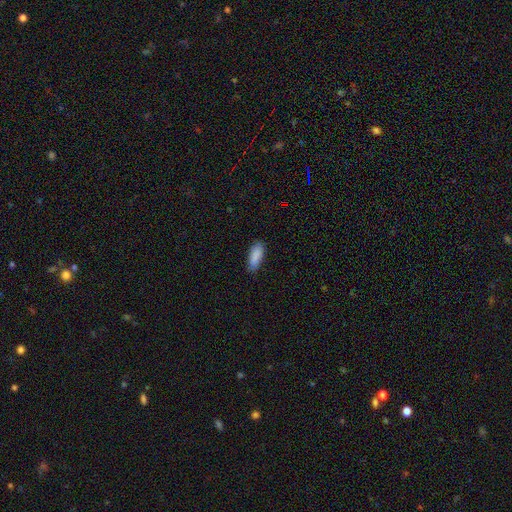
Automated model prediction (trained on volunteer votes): This appears to be a smooth galaxy with no disk features (88%) that is in between round and cigar-shaped (68%). Merging: none (81%).